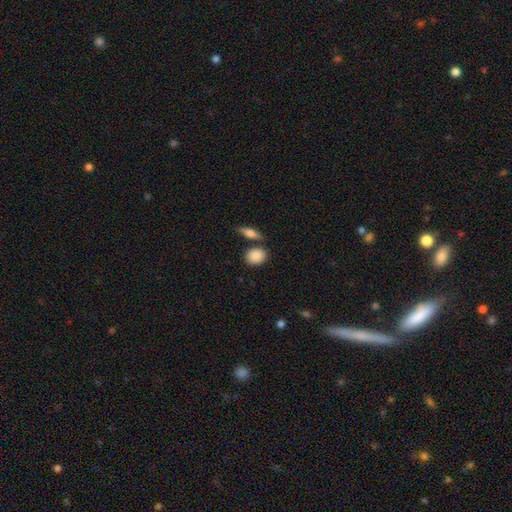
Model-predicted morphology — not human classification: smooth-or-featured: smooth: 86% | featured or disk: 8% | star or artifact: 7%
  how-rounded: in between: 54% | round: 43% | cigar-shaped: 3%
  merging: none: 75% | minor disturbance: 12% | merger: 11% | major disturbance: 3%